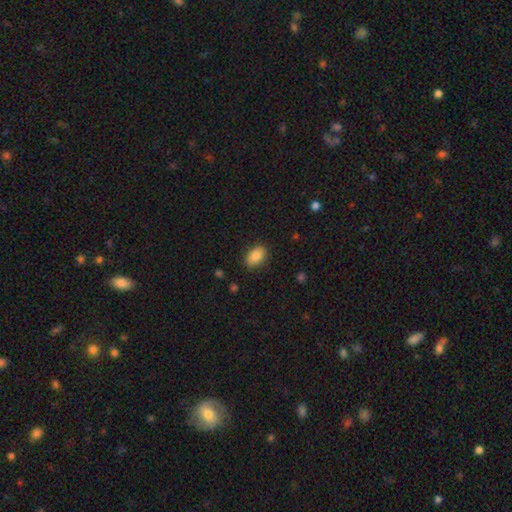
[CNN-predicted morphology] This appears to be a smooth galaxy with no disk features (85%) that is in between round and cigar-shaped (87%). Merging: none (86%).